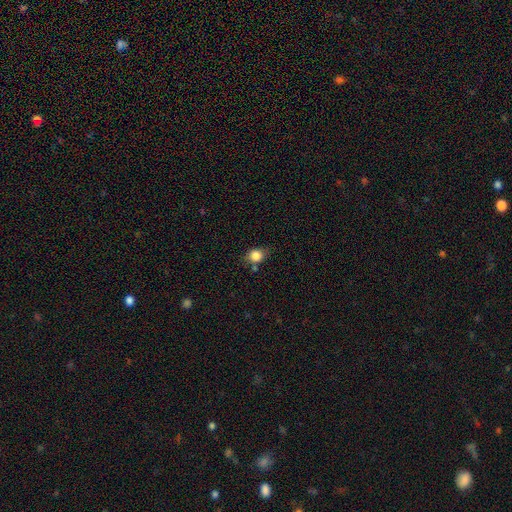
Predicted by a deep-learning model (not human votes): smooth-or-featured: smooth: 83% | star or artifact: 10% | featured or disk: 7%
  how-rounded: round: 61% | in between: 37% | cigar-shaped: 1%
  merging: none: 66% | minor disturbance: 22% | merger: 7% | major disturbance: 5%